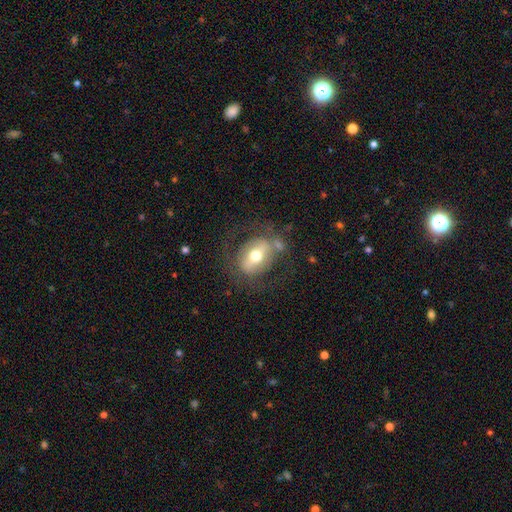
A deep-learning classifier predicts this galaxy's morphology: smooth-or-featured: featured or disk: 52% | smooth: 40% | star or artifact: 8%
  disk-edge-on: no: 88% | yes: 12%
  merging: none: 61% | minor disturbance: 17% | major disturbance: 14% | merger: 7%